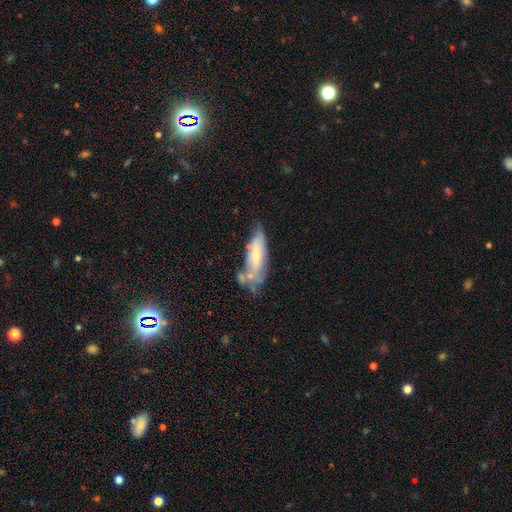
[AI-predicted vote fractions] Smooth or featured? Predicted: featured or disk (p=0.56). Edge-on disk? Predicted: no (p=0.66). Merging? Predicted: none (p=0.45).